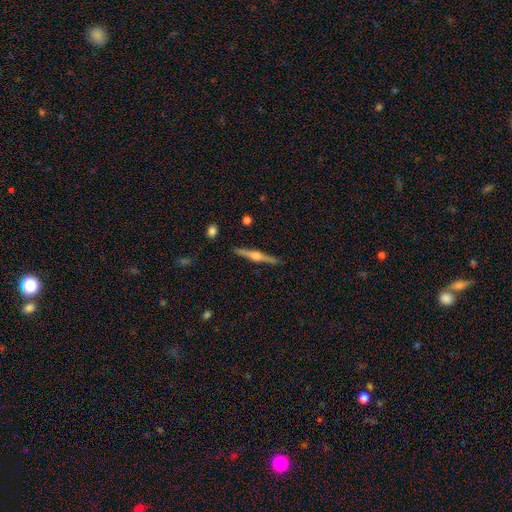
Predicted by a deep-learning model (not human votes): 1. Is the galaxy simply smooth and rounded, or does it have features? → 78% featured or disk, 17% smooth, 6% star or artifact.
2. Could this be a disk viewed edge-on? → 98% yes, 2% no.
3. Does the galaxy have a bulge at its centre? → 89% rounded, 8% boxy, 3% none.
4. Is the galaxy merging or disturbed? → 91% none, 7% minor disturbance, 1% major disturbance, 1% merger.